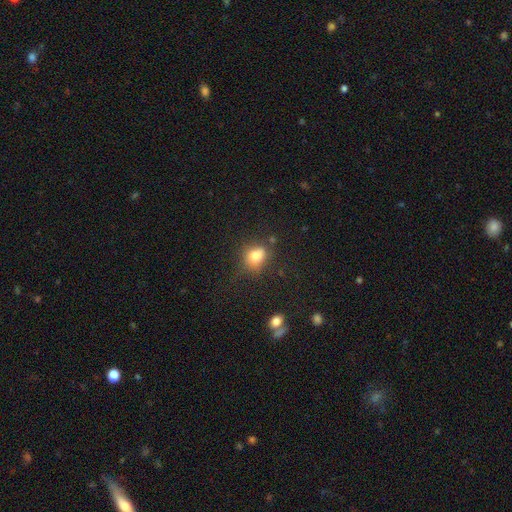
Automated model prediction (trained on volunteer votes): This is likely a smooth galaxy (79%). How rounded: possibly in between (50%). Merging: likely none (61%).